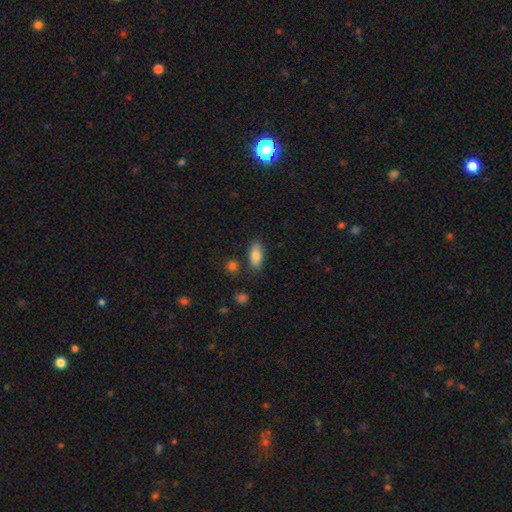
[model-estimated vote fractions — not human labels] This is clearly a smooth galaxy (81%). How rounded: clearly in between (86%). Merging: clearly none (81%).